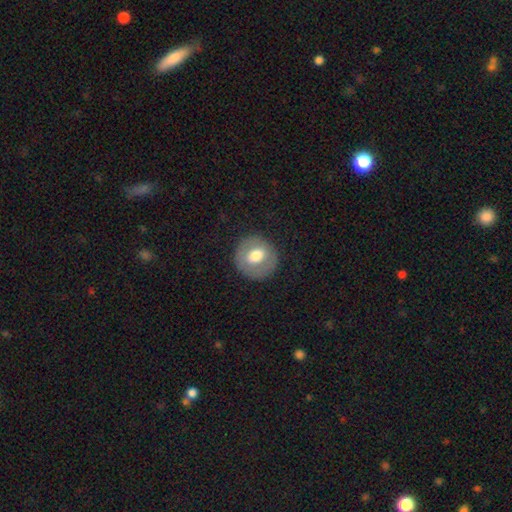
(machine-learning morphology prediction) Overall: smooth (63%; featured or disk 30%). How rounded: round (89%). Merging: none (86%).